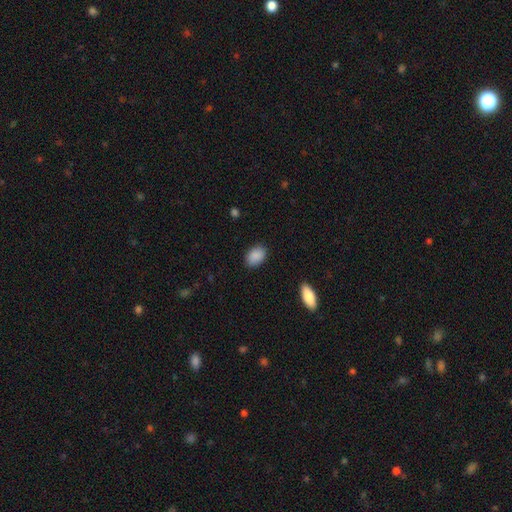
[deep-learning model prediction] Overall: smooth (89%). How rounded: in between (84%). Merging: none (86%).